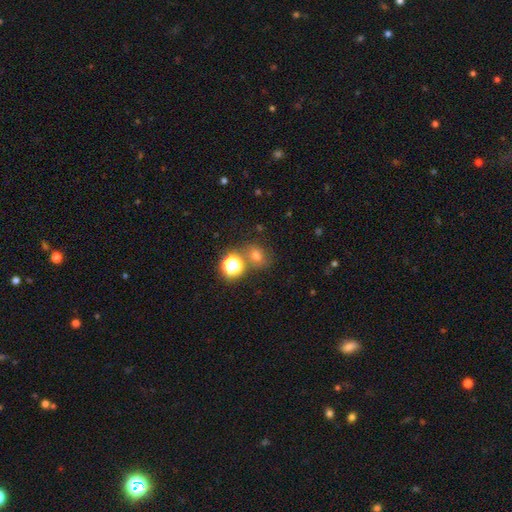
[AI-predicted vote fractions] Smooth or featured? smooth (66%)
How rounded? round (68%)
Merging? none (67%)